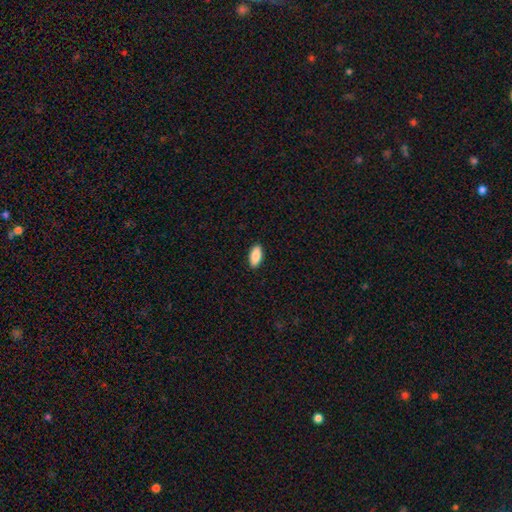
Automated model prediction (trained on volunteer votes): smooth 87%, featured or disk 7%, star or artifact 6%. Down the decision tree: how rounded — in between (91%); merging — none (90%).